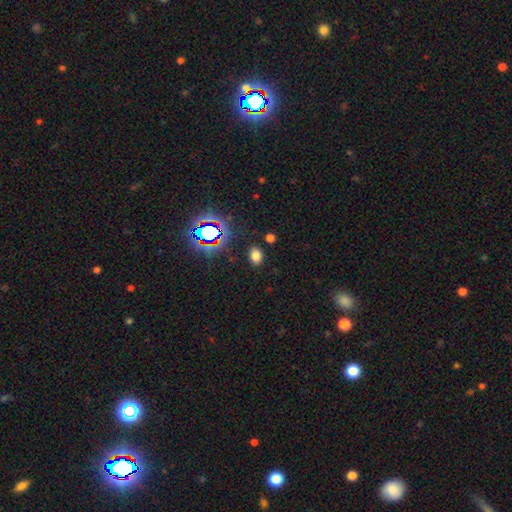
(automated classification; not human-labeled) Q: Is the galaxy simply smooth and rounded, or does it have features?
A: smooth — 72%.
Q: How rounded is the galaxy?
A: in between — 72%.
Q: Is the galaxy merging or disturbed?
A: none — 86%.